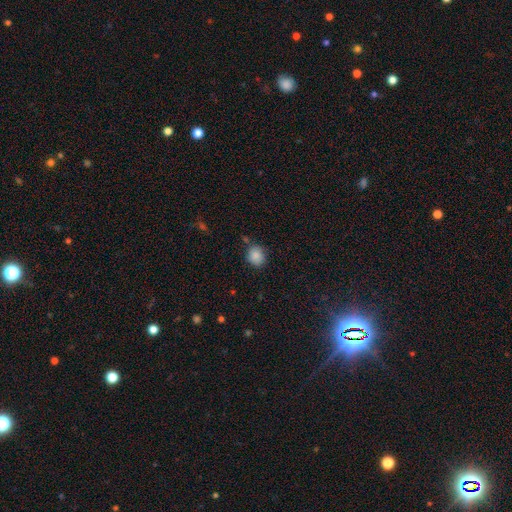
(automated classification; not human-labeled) Q: Smooth or featured?
A: smooth (87%); runner-up: star or artifact (9%)
Q: How rounded?
A: round (73%); runner-up: in between (26%)
Q: Merging?
A: none (76%); runner-up: minor disturbance (15%)